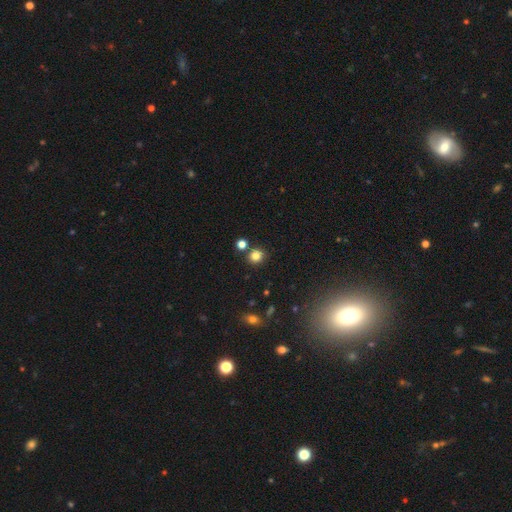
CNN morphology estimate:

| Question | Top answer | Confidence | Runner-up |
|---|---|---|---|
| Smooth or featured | smooth | 81% | star or artifact (14%) |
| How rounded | round | 86% | in between (13%) |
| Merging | none | 80% | merger (9%) |